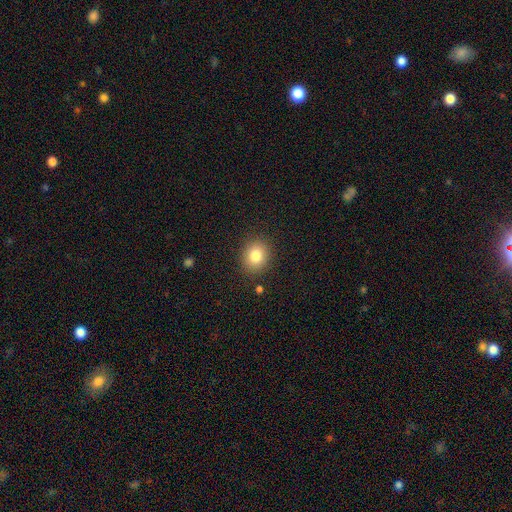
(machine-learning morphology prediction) This is clearly a smooth galaxy (82%). How rounded: likely round (68%). Merging: clearly none (87%).